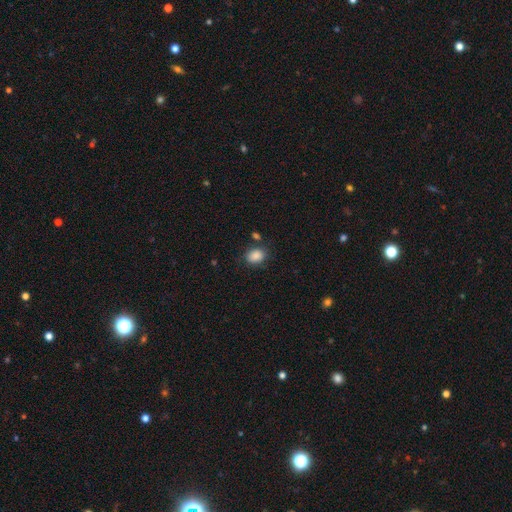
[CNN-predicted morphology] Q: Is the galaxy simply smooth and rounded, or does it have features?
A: smooth — 87%.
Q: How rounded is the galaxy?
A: in between — 54%.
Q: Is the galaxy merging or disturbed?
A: none — 75%.